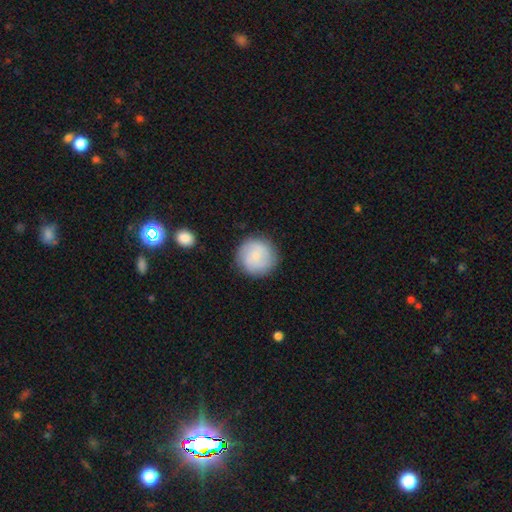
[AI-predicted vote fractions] This is likely a smooth galaxy (62%). How rounded: clearly round (95%). Merging: clearly none (86%).